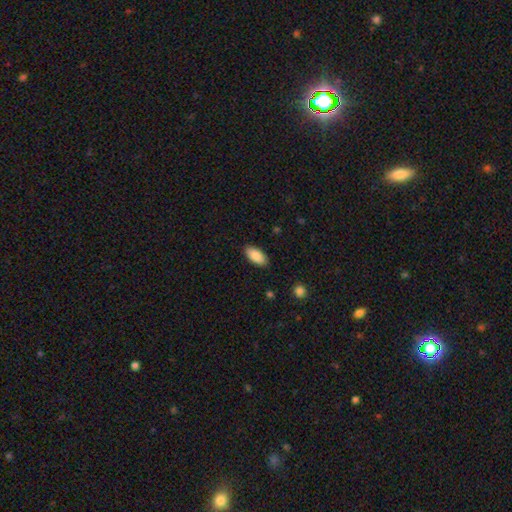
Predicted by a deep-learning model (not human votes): Smooth or featured? smooth (88%)
How rounded? in between (91%)
Merging? none (88%)